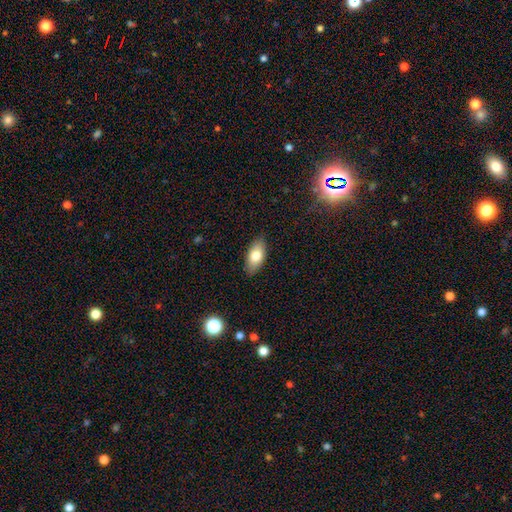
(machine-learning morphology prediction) Overall: smooth (79%). How rounded: in between (90%). Merging: none (87%).